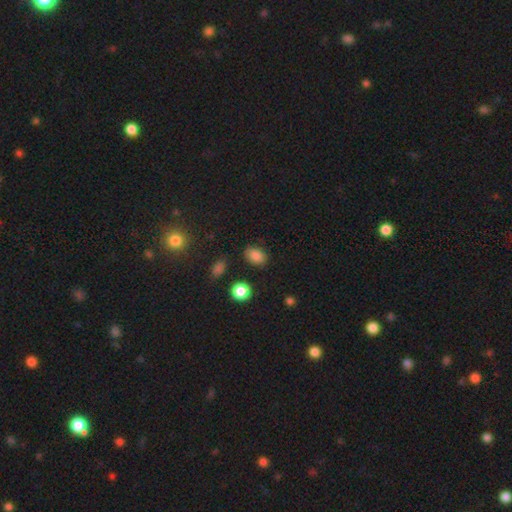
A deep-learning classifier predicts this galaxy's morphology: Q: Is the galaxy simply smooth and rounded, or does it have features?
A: smooth — 84%.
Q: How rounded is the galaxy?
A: in between — 77%.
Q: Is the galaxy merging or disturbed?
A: none — 82%.